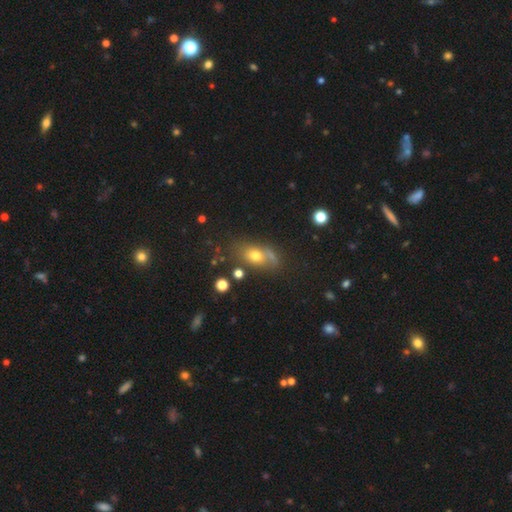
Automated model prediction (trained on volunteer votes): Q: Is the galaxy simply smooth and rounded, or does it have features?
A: smooth — 63%.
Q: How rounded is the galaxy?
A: in between — 73%.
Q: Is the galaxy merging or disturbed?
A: none — 53%.